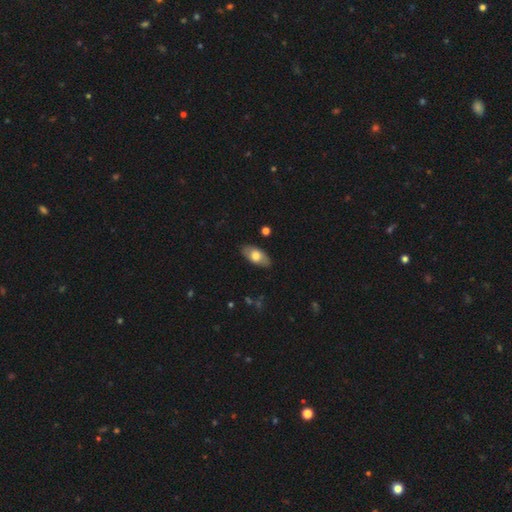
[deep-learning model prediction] smooth 67%, featured or disk 27%, star or artifact 6%. Down the decision tree: how rounded — in between (92%); merging — none (83%).